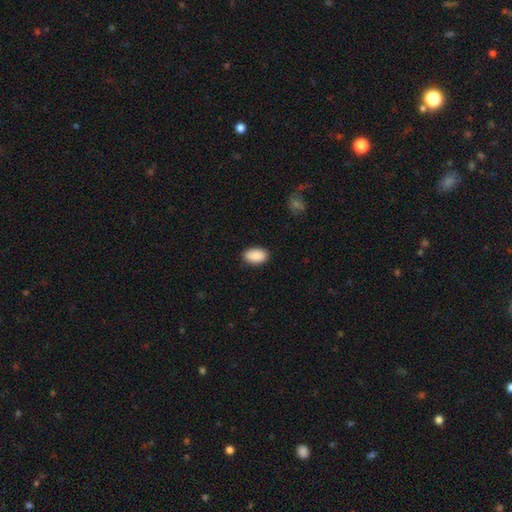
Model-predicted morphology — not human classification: Overall: smooth (91%). How rounded: in between (93%). Merging: none (88%).